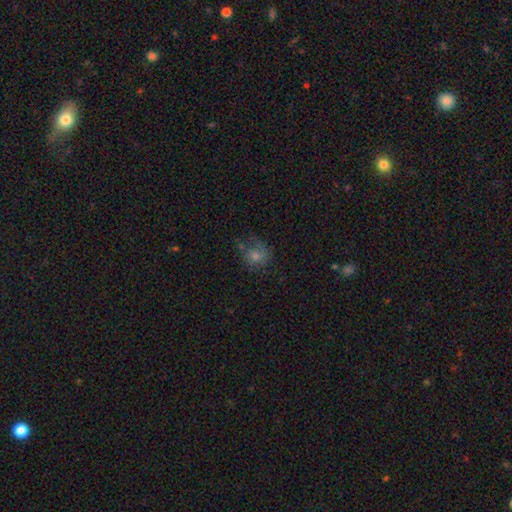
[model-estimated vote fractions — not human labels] Overall: smooth (54%; featured or disk 29%). How rounded: round (71%). Merging: none (50%; minor disturbance 24%).